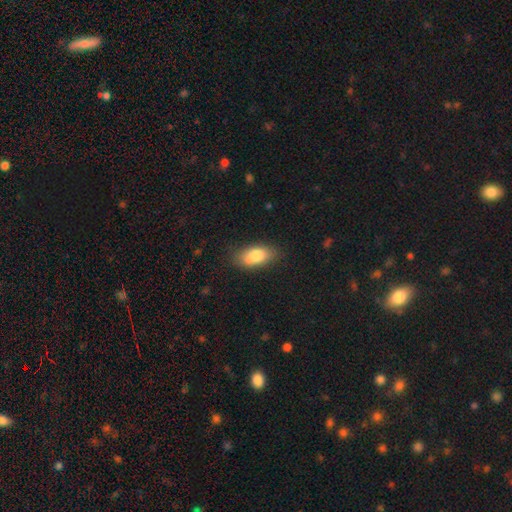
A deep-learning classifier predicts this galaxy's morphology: Smooth or featured: smooth — 83% (featured or disk — 10%)
How rounded: in between — 89% (cigar-shaped — 8%)
Merging: none — 80% (minor disturbance — 16%)